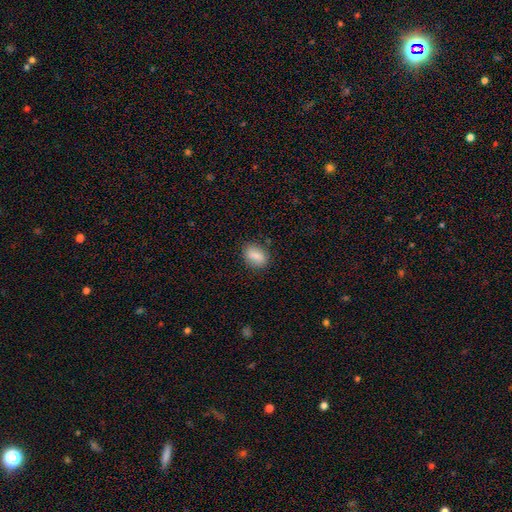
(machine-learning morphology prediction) smooth-or-featured: smooth: 85% | star or artifact: 8% | featured or disk: 7%
  how-rounded: in between: 77% | round: 21% | cigar-shaped: 2%
  merging: none: 83% | minor disturbance: 13% | major disturbance: 3% | merger: 1%